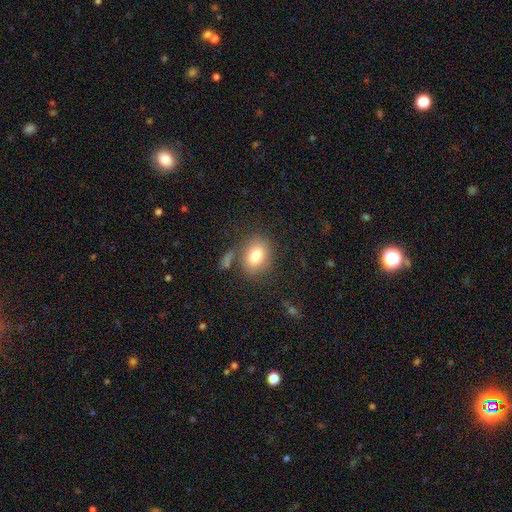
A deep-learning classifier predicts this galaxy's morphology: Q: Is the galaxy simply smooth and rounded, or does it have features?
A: smooth — 80%.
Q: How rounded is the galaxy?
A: in between — 64%.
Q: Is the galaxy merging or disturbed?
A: none — 70%.